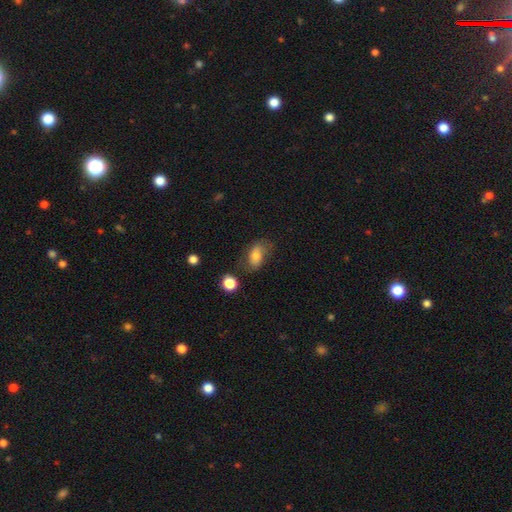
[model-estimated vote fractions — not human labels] Morphology: type=smooth (68%); roundness=in between (86%); merging=none (56%).